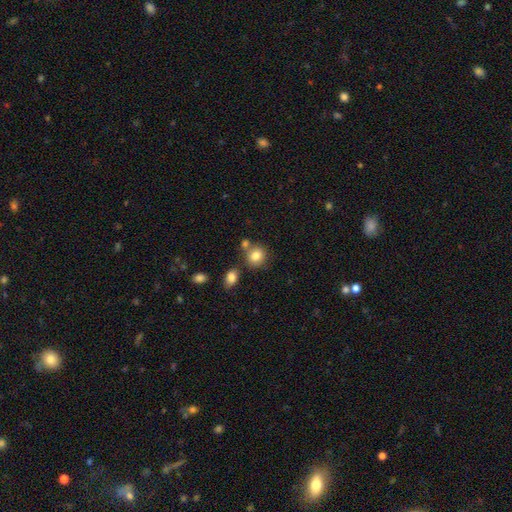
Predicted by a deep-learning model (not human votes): The model was most divided on "merging": none: 67%, merger: 18%, minor disturbance: 11%, major disturbance: 4%. More confident: smooth or featured — smooth (83%); how rounded — round (79%).